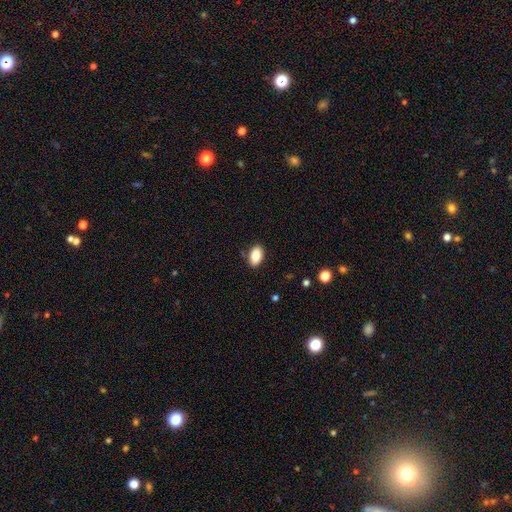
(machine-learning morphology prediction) Smooth or featured?
  - smooth: 84% *
  - featured or disk: 8%
  - star or artifact: 8%
How rounded?
  - in between: 91% *
  - round: 7%
  - cigar-shaped: 2%
Merging?
  - none: 86% *
  - minor disturbance: 10%
  - major disturbance: 2%
  - merger: 2%